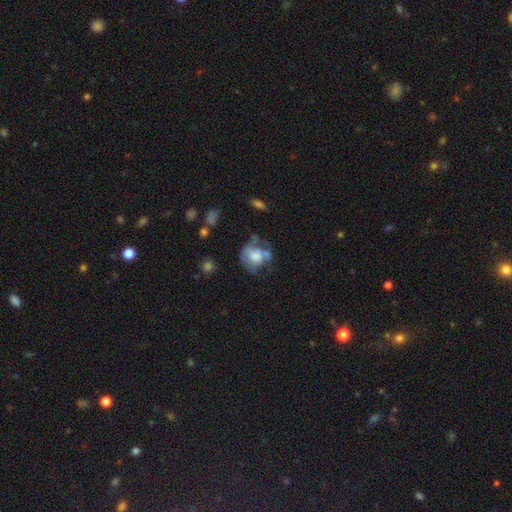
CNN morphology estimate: A smooth galaxy with no disk features (47%).

Vote fractions:
- Smooth or featured? smooth: 47% / featured or disk: 43% / star or artifact: 10%
- Merging? major disturbance: 33% / none: 32% / minor disturbance: 24% / merger: 11%